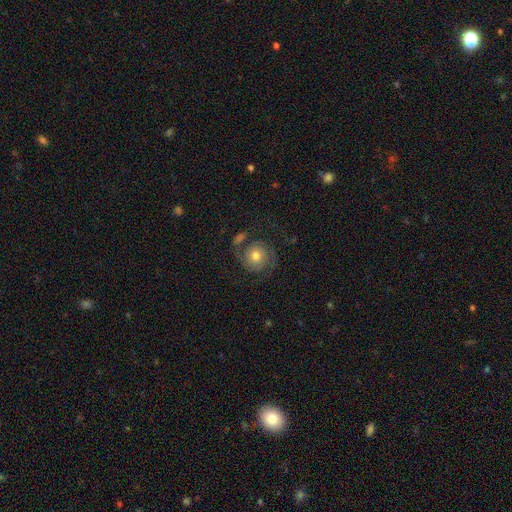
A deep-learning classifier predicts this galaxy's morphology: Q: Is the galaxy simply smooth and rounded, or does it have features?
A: featured or disk — 70%.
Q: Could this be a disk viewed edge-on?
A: no — 98%.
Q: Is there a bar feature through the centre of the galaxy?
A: no — 82%.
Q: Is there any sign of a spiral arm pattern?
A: yes — 91%.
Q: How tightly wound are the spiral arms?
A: medium — 41%.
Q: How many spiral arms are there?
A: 2 — 84%.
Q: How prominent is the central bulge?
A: moderate — 70%.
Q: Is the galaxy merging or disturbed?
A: none — 66%.